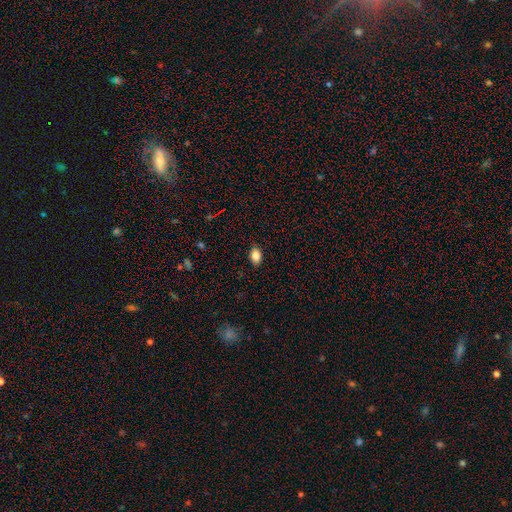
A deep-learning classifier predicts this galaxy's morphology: A smooth galaxy with no disk features (84%) that is in between round and cigar-shaped (83%).

Vote fractions:
- Smooth or featured? smooth: 84% / star or artifact: 9% / featured or disk: 6%
- How rounded? in between: 83% / round: 15% / cigar-shaped: 1%
- Merging? none: 86% / minor disturbance: 11% / major disturbance: 2% / merger: 1%